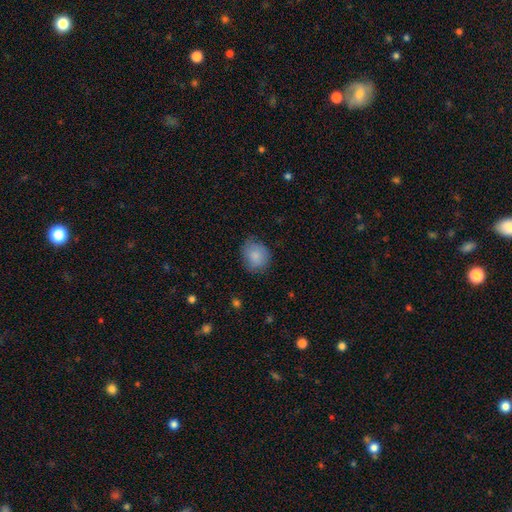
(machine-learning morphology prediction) Smooth or featured? smooth (85%)
How rounded? round (69%)
Merging? none (71%)